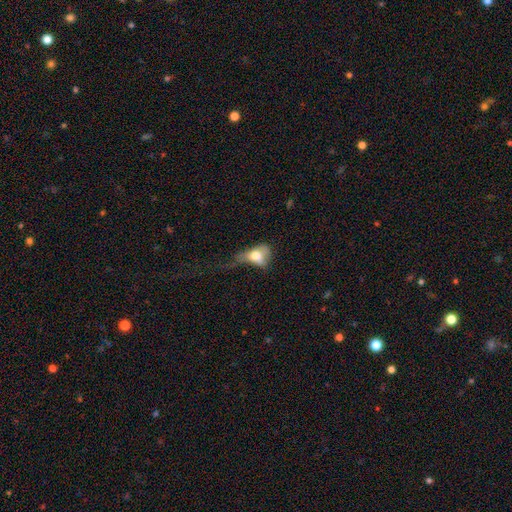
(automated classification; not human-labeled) smooth 69%, featured or disk 22%, star or artifact 9%. Down the decision tree: how rounded — in between (79%); merging — major disturbance (54%).